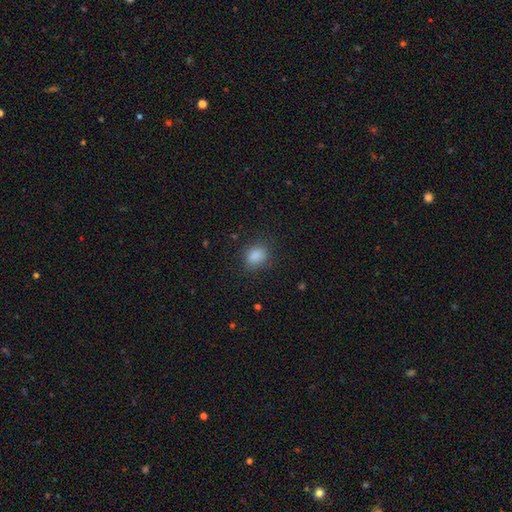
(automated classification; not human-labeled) The model was most divided on "how rounded": in between: 58%, round: 41%, cigar-shaped: 1%. More confident: smooth or featured — smooth (86%); merging — none (81%).